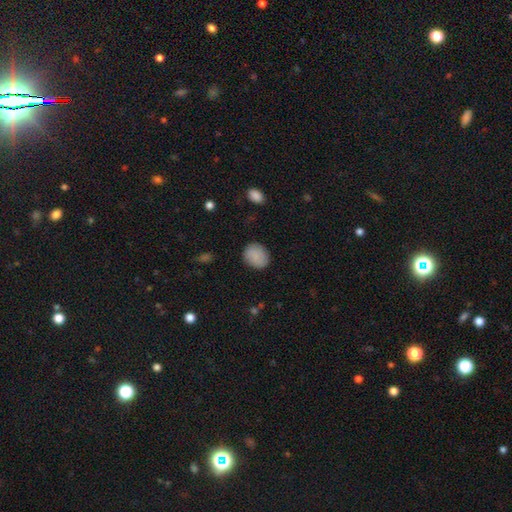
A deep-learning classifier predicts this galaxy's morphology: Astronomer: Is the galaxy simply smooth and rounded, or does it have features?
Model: smooth — 86%.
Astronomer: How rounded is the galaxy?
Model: round — 65%.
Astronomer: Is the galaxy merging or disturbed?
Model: none — 85%.